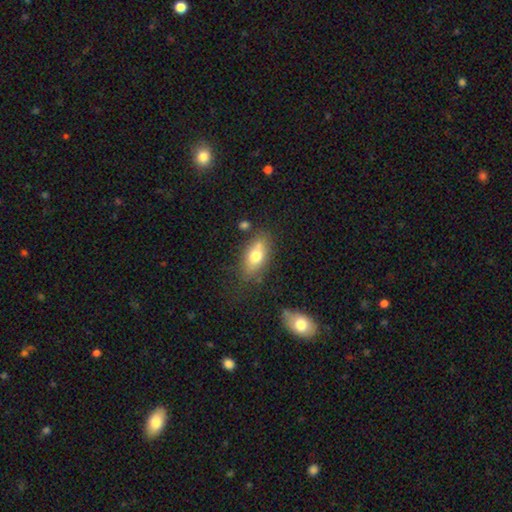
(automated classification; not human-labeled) smooth 71%, featured or disk 21%, star or artifact 8%. Down the decision tree: how rounded — in between (84%); merging — none (68%).